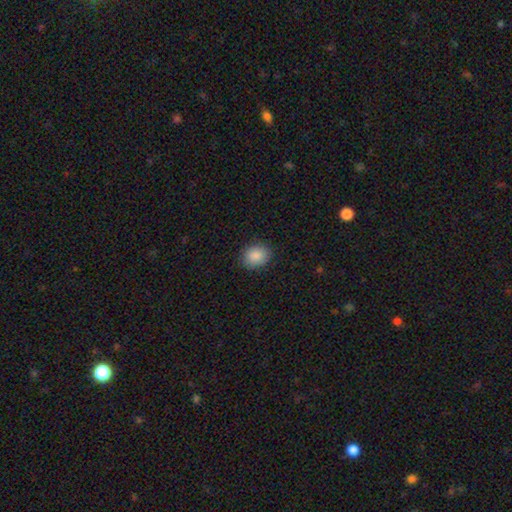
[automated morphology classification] A smooth galaxy with no disk features (88%) that is round (57%).

Vote fractions:
- Smooth or featured? smooth: 88% / star or artifact: 8% / featured or disk: 4%
- How rounded? round: 57% / in between: 42% / cigar-shaped: 1%
- Merging? none: 88% / minor disturbance: 9% / major disturbance: 2% / merger: 1%